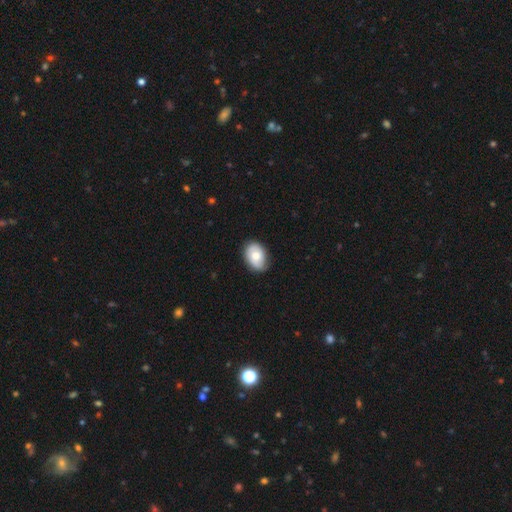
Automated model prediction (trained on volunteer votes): This appears to be a smooth galaxy with no disk features (67%) that is in between round and cigar-shaped (78%). Merging: none (78%).